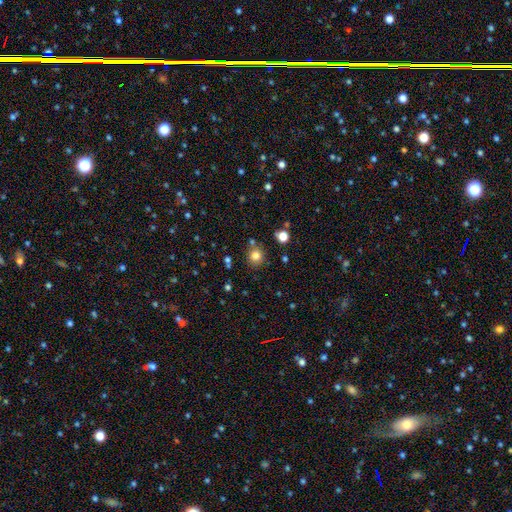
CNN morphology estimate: type=smooth (81%); roundness=round (89%); merging=none (81%).